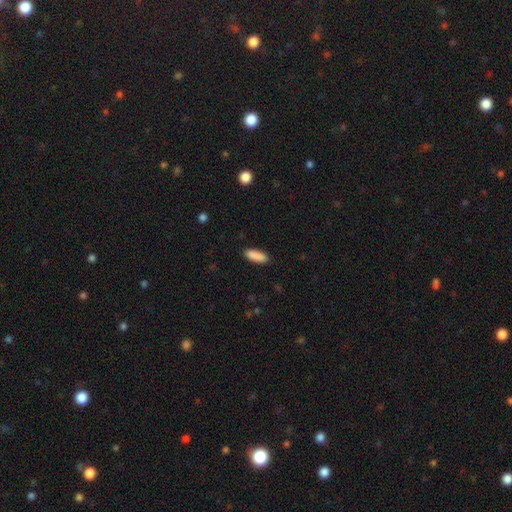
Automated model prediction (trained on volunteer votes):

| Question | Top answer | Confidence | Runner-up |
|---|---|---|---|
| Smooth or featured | smooth | 90% | star or artifact (7%) |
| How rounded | in between | 62% | cigar-shaped (36%) |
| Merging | none | 89% | minor disturbance (8%) |